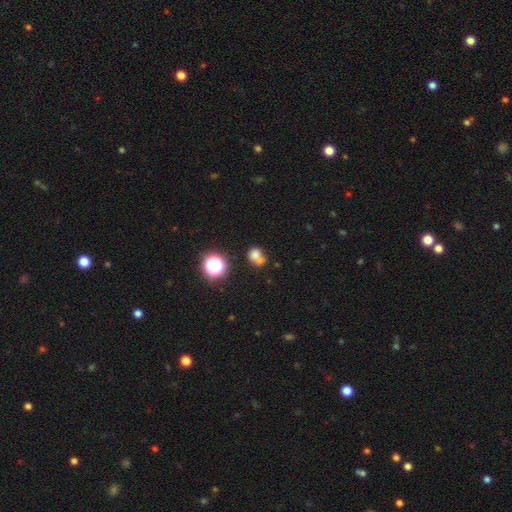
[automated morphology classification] The model was most divided on "merging": none: 37%, merger: 35%, minor disturbance: 18%, major disturbance: 11%. More confident: smooth or featured — smooth (70%); how rounded — round (62%).